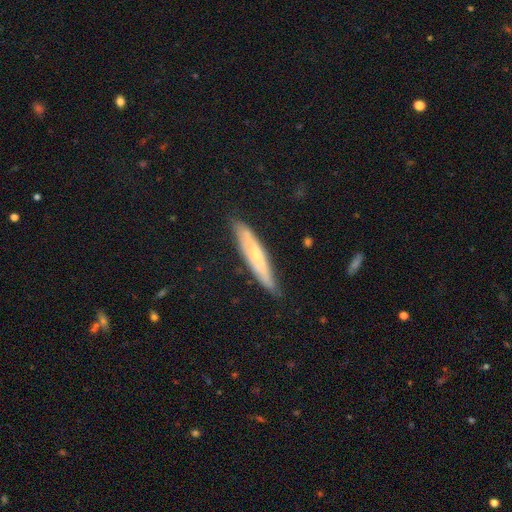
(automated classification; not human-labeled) Smooth or featured?
  - smooth: 48% *
  - featured or disk: 46%
  - star or artifact: 6%
Merging?
  - none: 80% *
  - minor disturbance: 16%
  - major disturbance: 3%
  - merger: 1%